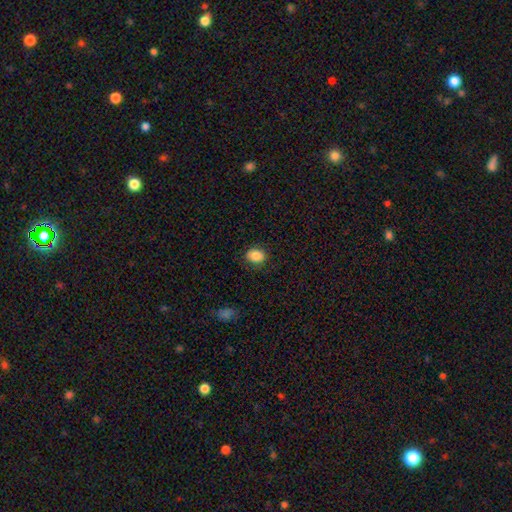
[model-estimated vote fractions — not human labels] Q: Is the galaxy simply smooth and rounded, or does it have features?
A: smooth — 86%.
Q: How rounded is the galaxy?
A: in between — 52%.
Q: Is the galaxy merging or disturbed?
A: none — 87%.